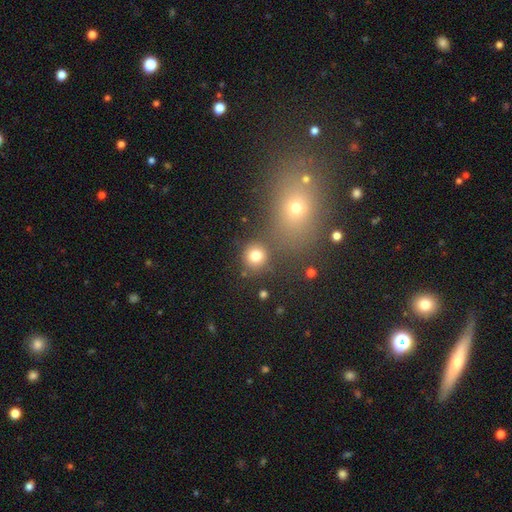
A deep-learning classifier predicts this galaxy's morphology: Smooth or featured?
  - smooth: 79% *
  - star or artifact: 14%
  - featured or disk: 7%
How rounded?
  - round: 88% *
  - in between: 11%
  - cigar-shaped: 1%
Merging?
  - none: 75% *
  - merger: 13%
  - minor disturbance: 8%
  - major disturbance: 4%